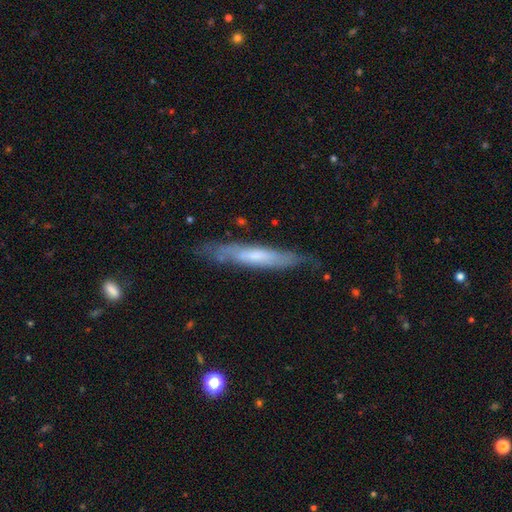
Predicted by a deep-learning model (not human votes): Morphology: type=featured or disk (55%); edge-on=yes (72%); merging=none (75%).